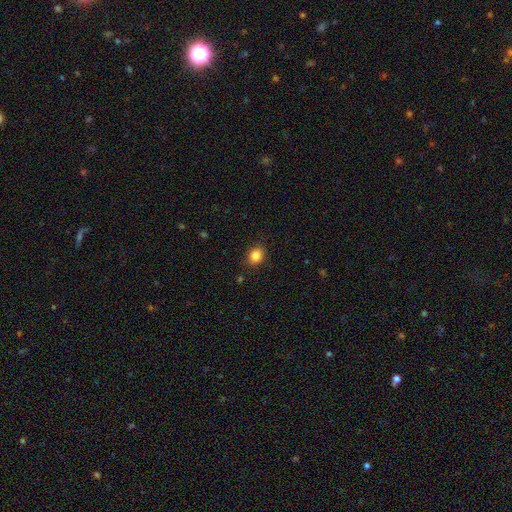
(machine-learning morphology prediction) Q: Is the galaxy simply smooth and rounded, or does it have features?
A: smooth — 85%.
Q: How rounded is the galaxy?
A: round — 60%.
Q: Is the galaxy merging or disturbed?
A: none — 87%.